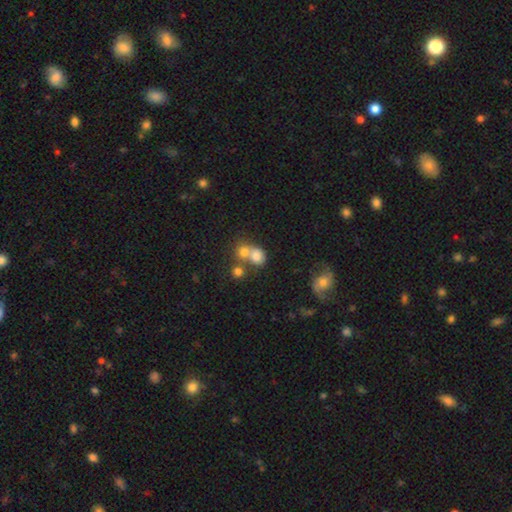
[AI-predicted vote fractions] Morphology: type=smooth (72%); roundness=round (68%); merging=merger (52%).